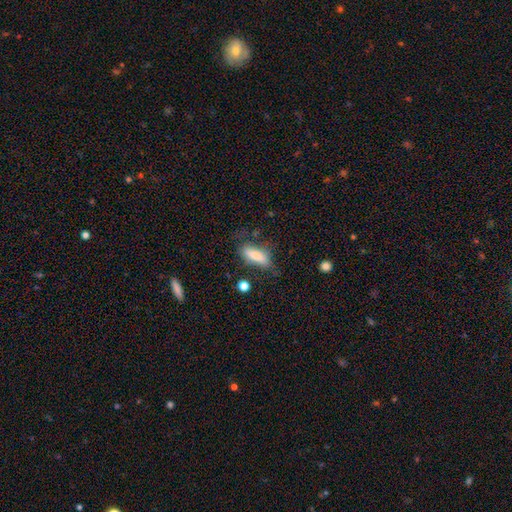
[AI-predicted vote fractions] smooth 80%, featured or disk 13%, star or artifact 7%. Down the decision tree: how rounded — in between (60%); merging — none (60%).